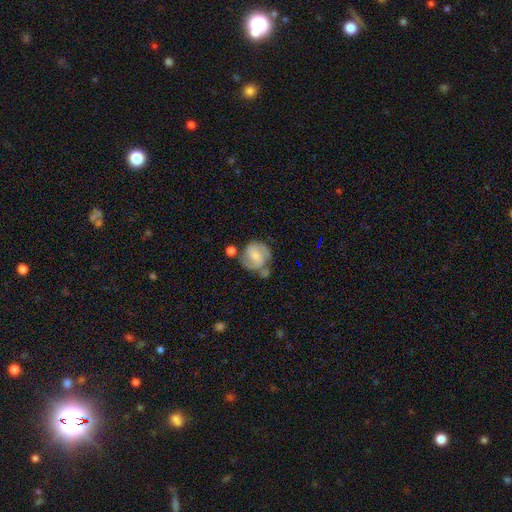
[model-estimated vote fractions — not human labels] Q: Smooth or featured?
A: featured or disk (59%); runner-up: smooth (34%)
Q: Edge-on disk?
A: no (97%); runner-up: yes (3%)
Q: Bar?
A: weak (45%); runner-up: no (42%)
Q: Spiral arms?
A: yes (85%); runner-up: no (15%)
Q: Bulge size?
A: small (54%); runner-up: moderate (34%)
Q: Merging?
A: none (49%); runner-up: minor disturbance (22%)